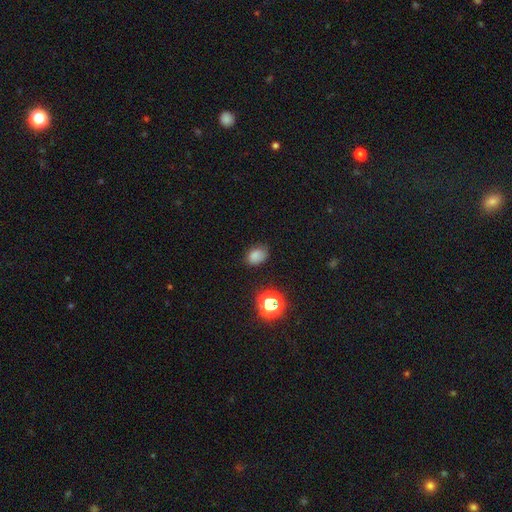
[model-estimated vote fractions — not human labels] This is likely a smooth galaxy (78%). How rounded: likely in between (73%). Merging: likely none (72%).